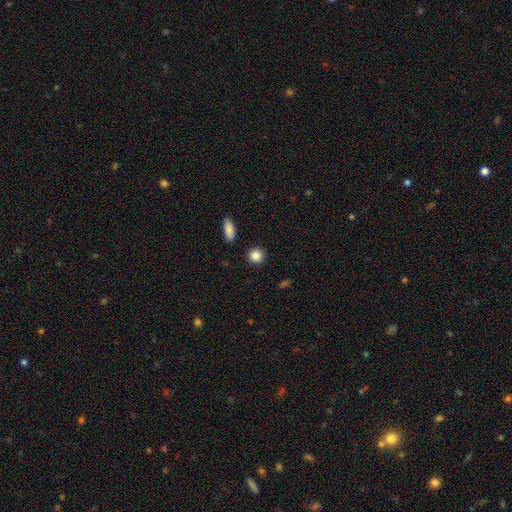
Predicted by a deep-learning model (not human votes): Q: Smooth or featured?
A: smooth (87%); runner-up: star or artifact (9%)
Q: How rounded?
A: round (89%); runner-up: in between (9%)
Q: Merging?
A: none (91%); runner-up: minor disturbance (5%)